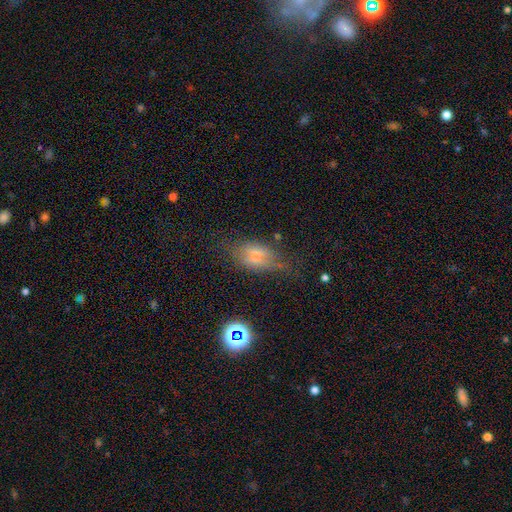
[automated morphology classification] A smooth galaxy with no disk features (57%) that is in between round and cigar-shaped (83%).

Vote fractions:
- Smooth or featured? smooth: 57% / featured or disk: 28% / star or artifact: 14%
- How rounded? in between: 83% / round: 11% / cigar-shaped: 7%
- Merging? none: 46% / minor disturbance: 30% / major disturbance: 21% / merger: 3%